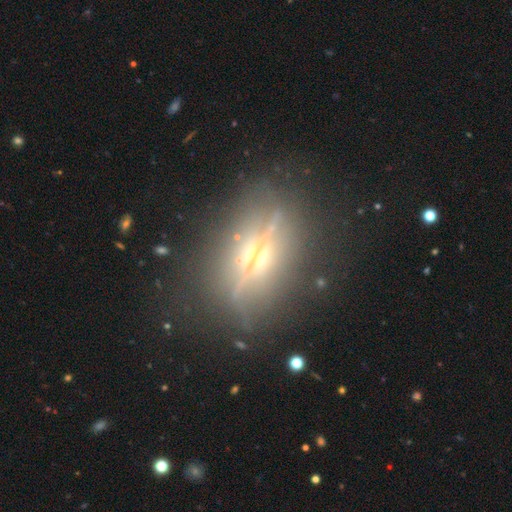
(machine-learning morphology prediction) This appears to be a featured or disk galaxy (71%) viewed edge-on (82%) with a rounded central bulge (86%). Merging: none (76%).